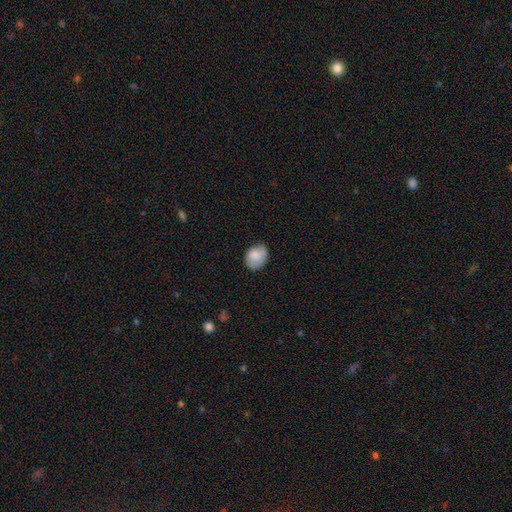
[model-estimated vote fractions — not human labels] smooth 83%, featured or disk 10%, star or artifact 7%. Down the decision tree: how rounded — in between (59%); merging — none (68%).